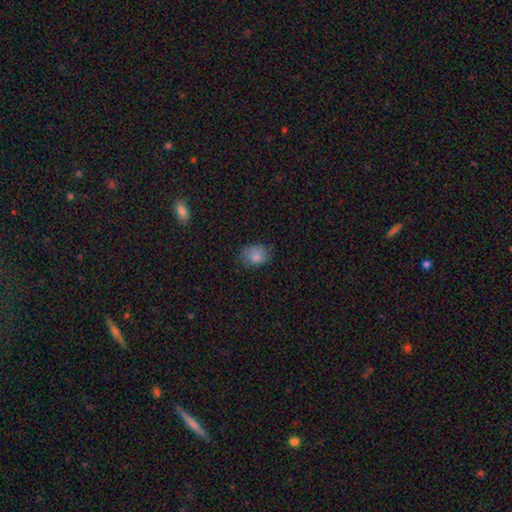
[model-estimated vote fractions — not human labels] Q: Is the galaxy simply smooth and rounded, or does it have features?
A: smooth — 83%.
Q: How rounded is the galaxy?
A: in between — 65%.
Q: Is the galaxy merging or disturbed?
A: none — 67%.